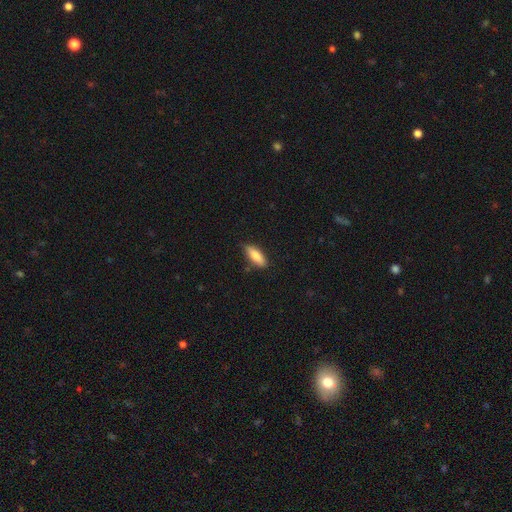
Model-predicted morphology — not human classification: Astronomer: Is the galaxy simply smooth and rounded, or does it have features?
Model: smooth — 82%.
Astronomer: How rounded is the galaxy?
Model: in between — 63%.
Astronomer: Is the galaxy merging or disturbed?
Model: none — 78%.